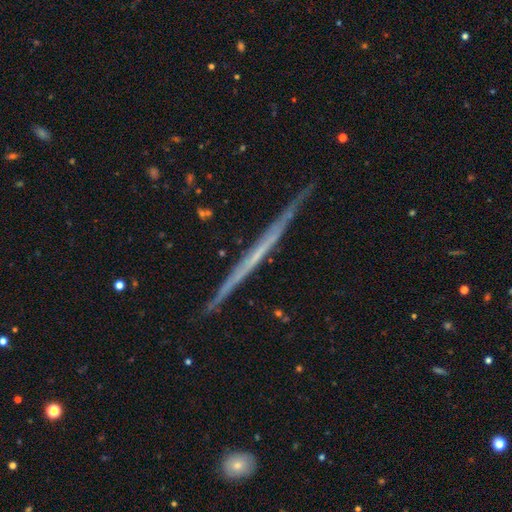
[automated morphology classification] smooth_or_featured: featured or disk (p=0.70) [alt: smooth p=0.24]
disk_edge_on: yes (p=0.98) [alt: no p=0.02]
edge_on_bulge: none (p=0.92) [alt: rounded p=0.05]
merging: none (p=0.88) [alt: minor disturbance p=0.09]